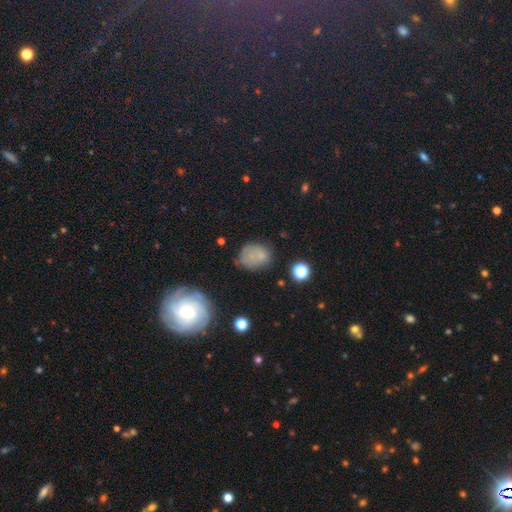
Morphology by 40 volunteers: This appears to be a smooth galaxy with no disk features (45%, tied with featured or disk) that is in between round and cigar-shaped (56%). Merging: none (50%).